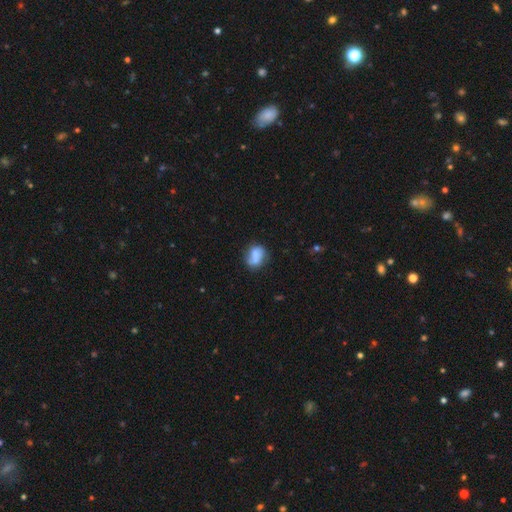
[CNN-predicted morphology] Smooth or featured? smooth (69%)
How rounded? in between (57%)
Merging? none (46%)